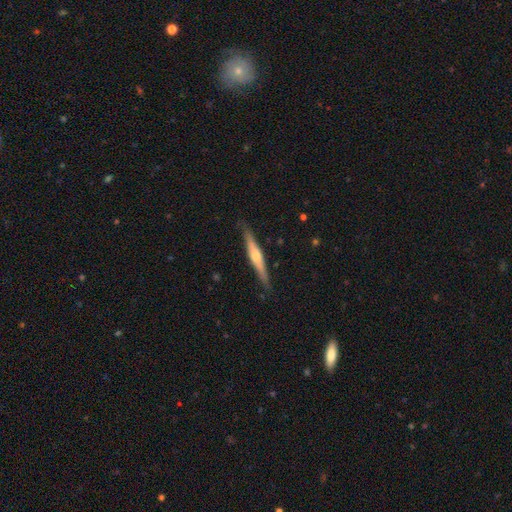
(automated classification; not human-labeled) Morphology: type=featured or disk (64%); edge-on=yes (96%); edge-on bulge=rounded (82%); merging=none (86%).